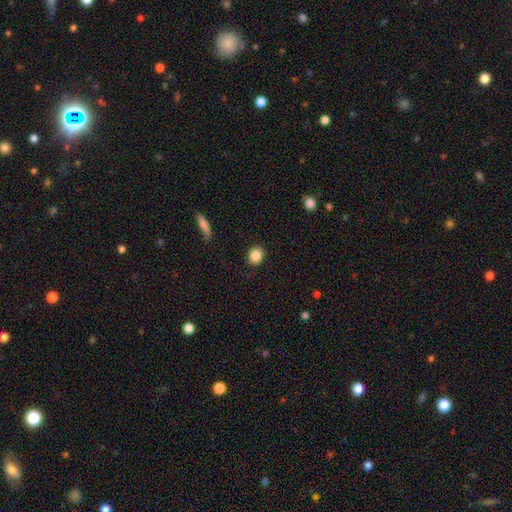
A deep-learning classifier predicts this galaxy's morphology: Smooth or featured: smooth — 86% (star or artifact — 9%)
How rounded: round — 69% (in between — 30%)
Merging: none — 90% (minor disturbance — 7%)